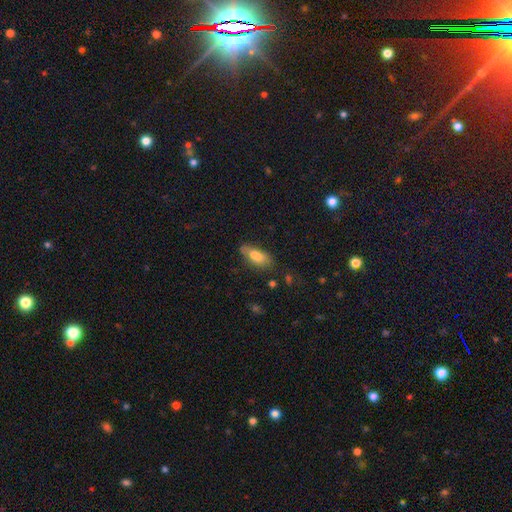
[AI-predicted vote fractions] Overall: smooth (77%). How rounded: in between (75%). Merging: none (63%; minor disturbance 26%).